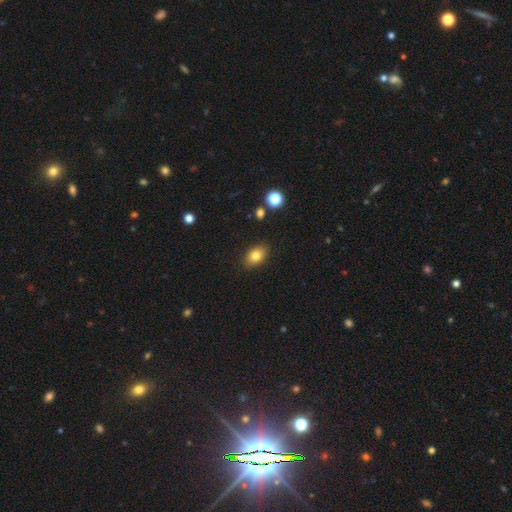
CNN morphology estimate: A smooth galaxy with no disk features (81%) that is in between round and cigar-shaped (82%).

Vote fractions:
- Smooth or featured? smooth: 81% / star or artifact: 10% / featured or disk: 10%
- How rounded? in between: 82% / round: 16% / cigar-shaped: 2%
- Merging? none: 88% / minor disturbance: 9% / major disturbance: 2% / merger: 1%